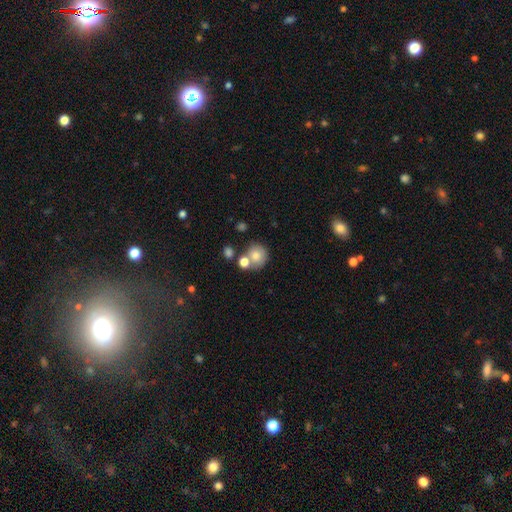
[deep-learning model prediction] smooth_or_featured: smooth (p=0.78) [alt: featured or disk p=0.12]
how_rounded: round (p=0.83) [alt: in between p=0.16]
merging: none (p=0.53) [alt: merger p=0.31]